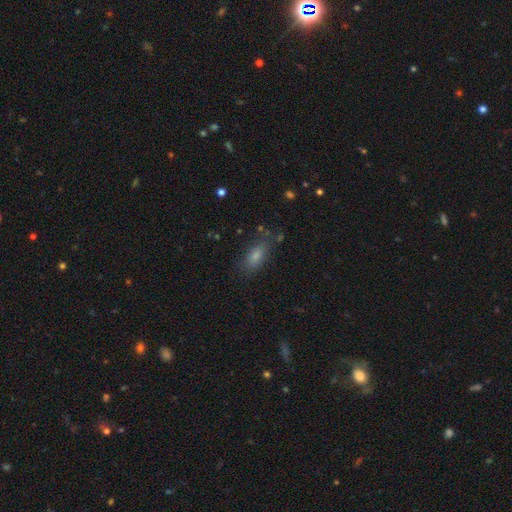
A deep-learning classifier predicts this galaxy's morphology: smooth 66%, star or artifact 19%, featured or disk 15%. Down the decision tree: how rounded — in between (76%); merging — none (76%).